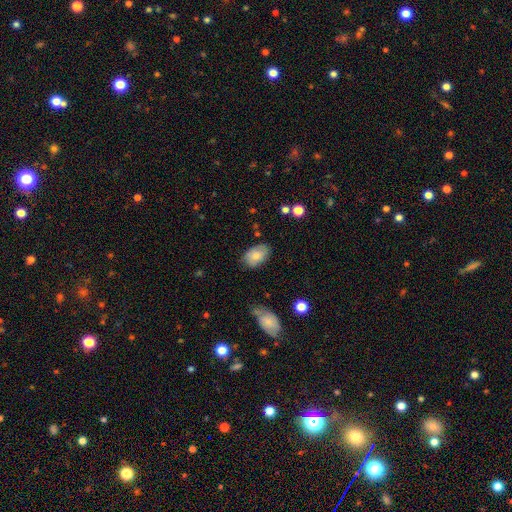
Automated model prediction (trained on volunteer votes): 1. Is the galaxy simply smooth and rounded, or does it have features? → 76% smooth, 17% featured or disk, 7% star or artifact.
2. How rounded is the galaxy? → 90% in between, 9% round, 1% cigar-shaped.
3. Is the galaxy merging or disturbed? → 72% none, 21% minor disturbance, 5% major disturbance, 2% merger.